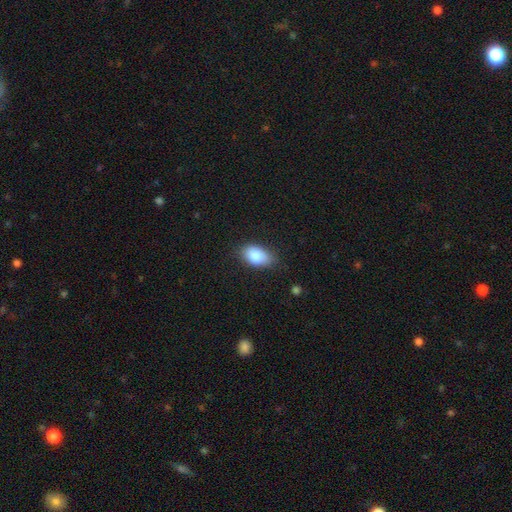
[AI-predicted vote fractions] This is clearly a smooth galaxy (86%). How rounded: clearly in between (92%). Merging: likely none (71%).